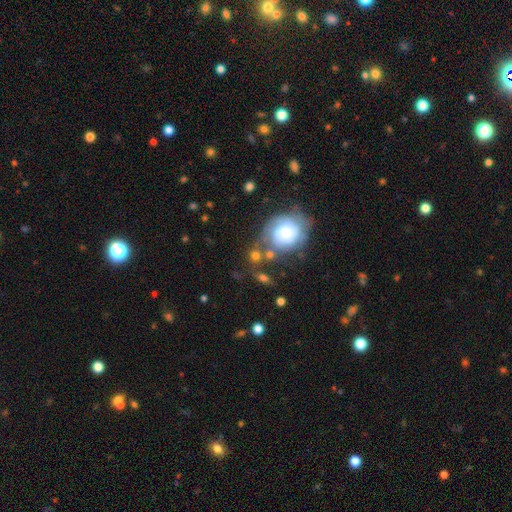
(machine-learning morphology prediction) A smooth galaxy with no disk features (53%) that is round (71%). Merging: none (51%).